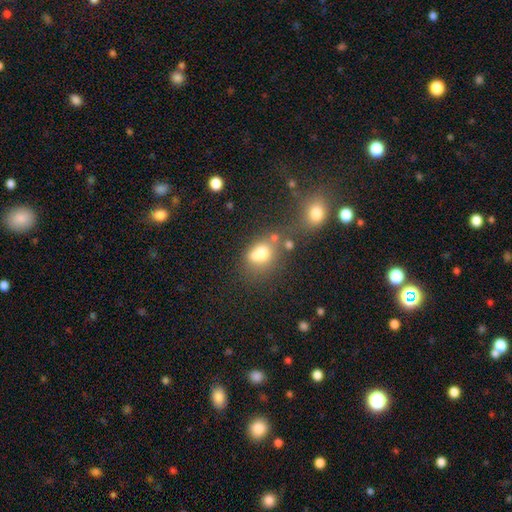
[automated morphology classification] Smooth or featured? Predicted: smooth (p=0.67). How rounded? Predicted: round (p=0.51). Merging? Predicted: merger (p=0.47).